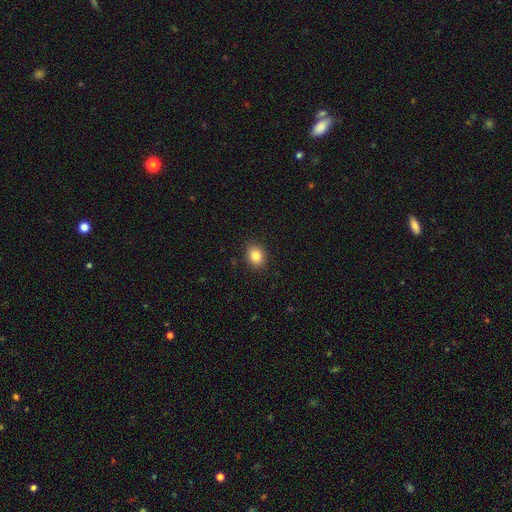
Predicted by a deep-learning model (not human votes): Smooth or featured: smooth — 84% (star or artifact — 10%)
How rounded: round — 59% (in between — 40%)
Merging: none — 90% (minor disturbance — 7%)